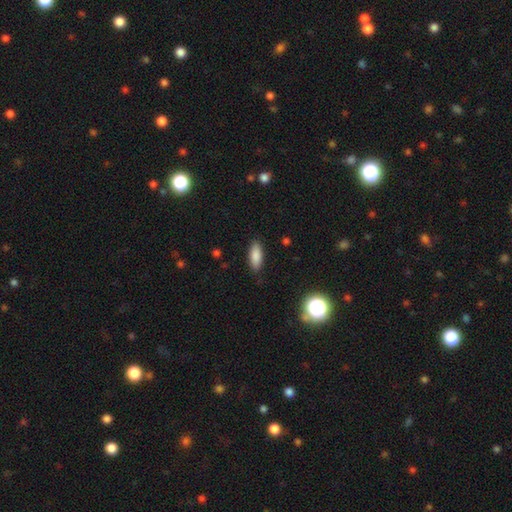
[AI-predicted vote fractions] Smooth or featured?
  - smooth: 86% *
  - star or artifact: 8%
  - featured or disk: 6%
How rounded?
  - in between: 75% *
  - cigar-shaped: 23%
  - round: 2%
Merging?
  - none: 87% *
  - minor disturbance: 10%
  - major disturbance: 2%
  - merger: 1%